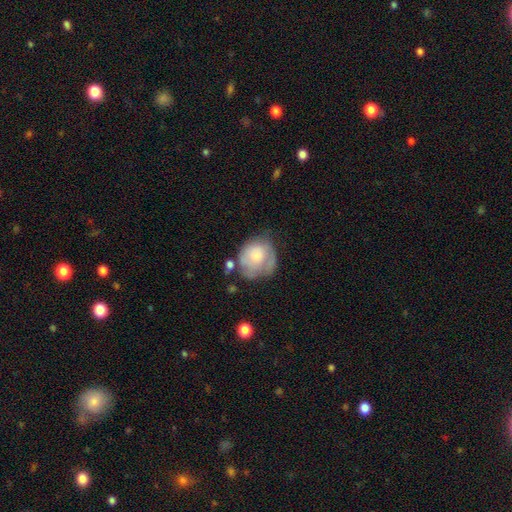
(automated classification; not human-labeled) Smooth or featured: smooth — 59% (featured or disk — 34%)
How rounded: round — 65% (in between — 34%)
Merging: none — 39% (minor disturbance — 32%)